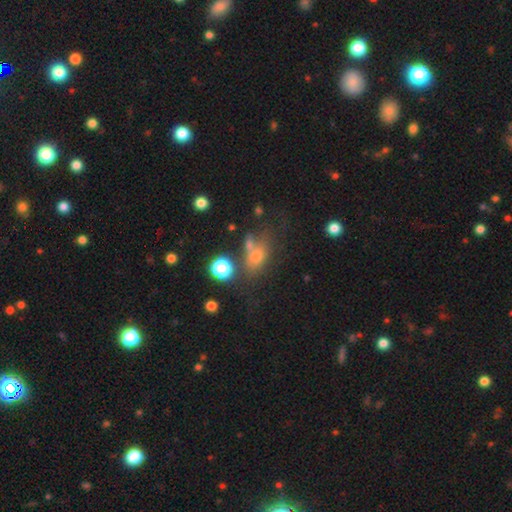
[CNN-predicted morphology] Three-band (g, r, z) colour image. It shows a smooth galaxy with no disk features (60%) that is in between round and cigar-shaped (68%). Merging: none (42%).